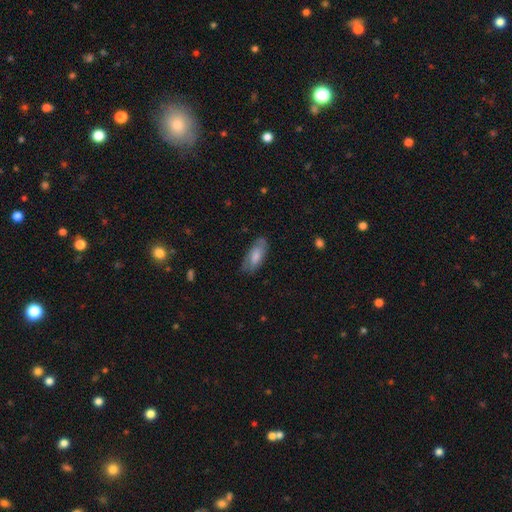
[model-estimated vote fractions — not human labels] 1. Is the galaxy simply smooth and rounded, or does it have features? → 70% smooth, 24% featured or disk, 6% star or artifact.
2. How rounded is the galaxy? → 81% in between, 17% cigar-shaped, 2% round.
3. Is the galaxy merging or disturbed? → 73% none, 21% minor disturbance, 5% major disturbance, 1% merger.